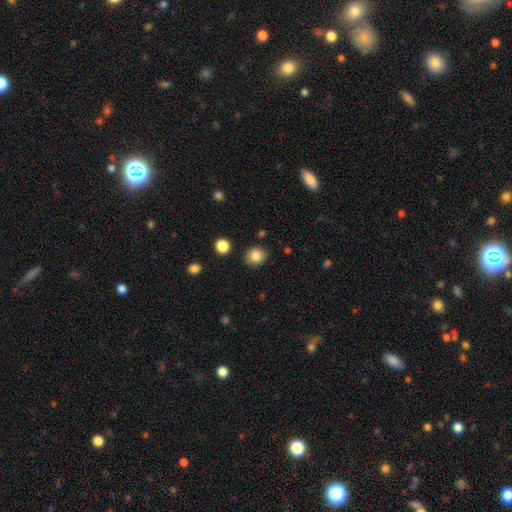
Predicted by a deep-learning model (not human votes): A smooth galaxy with no disk features (85%) that is round (67%). Merging: none (86%).